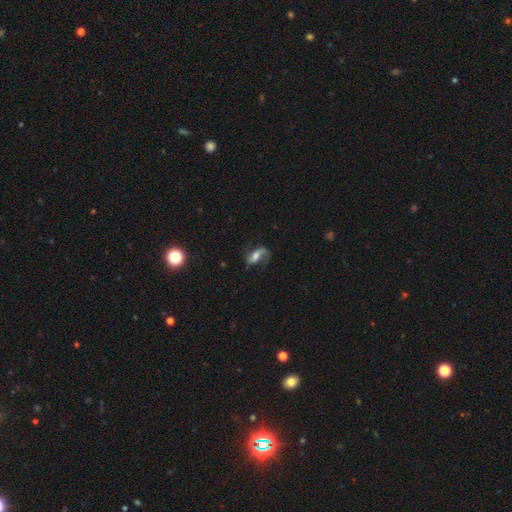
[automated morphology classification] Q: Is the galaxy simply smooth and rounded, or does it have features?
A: featured or disk — 63%.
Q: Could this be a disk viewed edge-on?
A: no — 92%.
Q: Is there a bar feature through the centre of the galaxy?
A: weak — 36%.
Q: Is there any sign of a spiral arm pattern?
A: yes — 88%.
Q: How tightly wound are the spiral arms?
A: loose — 64%.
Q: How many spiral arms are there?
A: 2 — 79%.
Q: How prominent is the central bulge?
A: moderate — 53%.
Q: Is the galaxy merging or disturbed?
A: none — 61%.